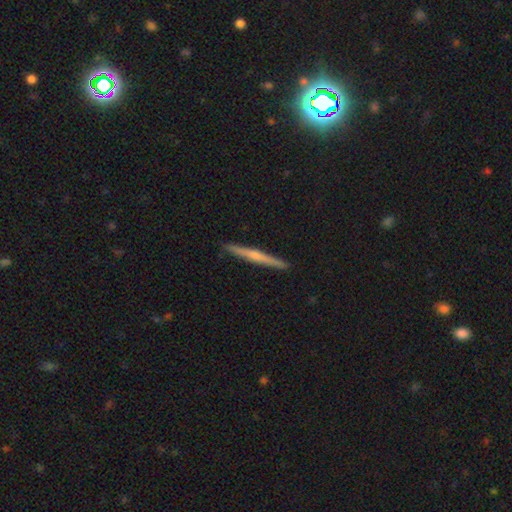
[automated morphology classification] featured or disk 61%, smooth 33%, star or artifact 6%. Down the decision tree: edge-on disk — yes (98%); edge-on bulge — rounded (63%); merging — none (92%).